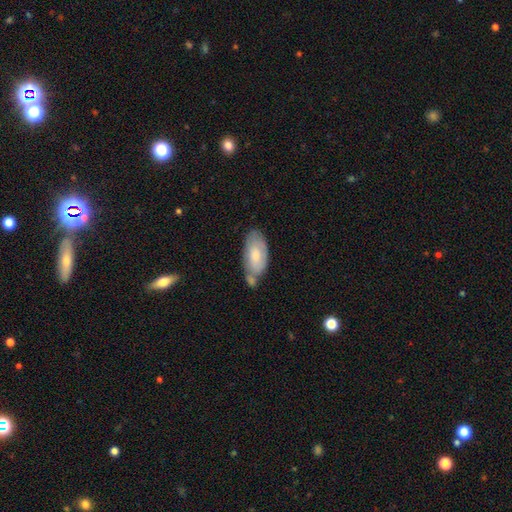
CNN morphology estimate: Smooth or featured? smooth (65%)
How rounded? in between (92%)
Merging? none (42%)